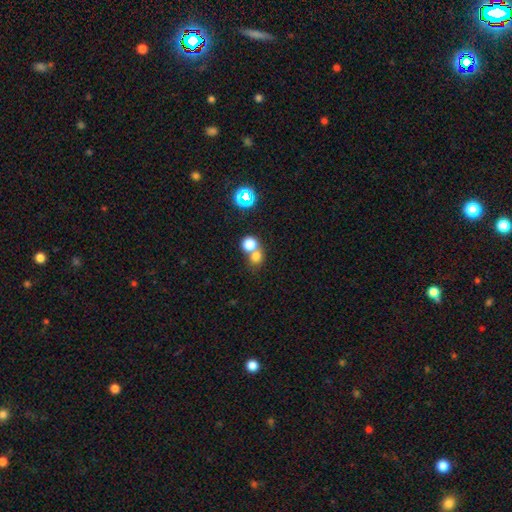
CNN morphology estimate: type=smooth (73%); roundness=round (79%); merging=merger (49%).